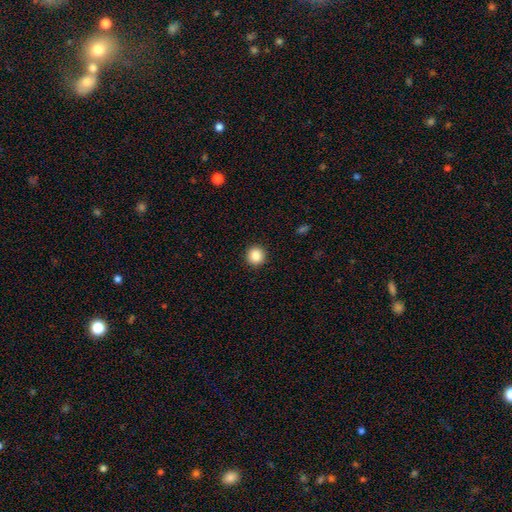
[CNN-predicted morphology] A smooth galaxy with no disk features (87%) that is round (94%).

Vote fractions:
- Smooth or featured? smooth: 87% / star or artifact: 9% / featured or disk: 4%
- How rounded? round: 94% / in between: 5% / cigar-shaped: 1%
- Merging? none: 92% / minor disturbance: 5% / major disturbance: 2% / merger: 1%